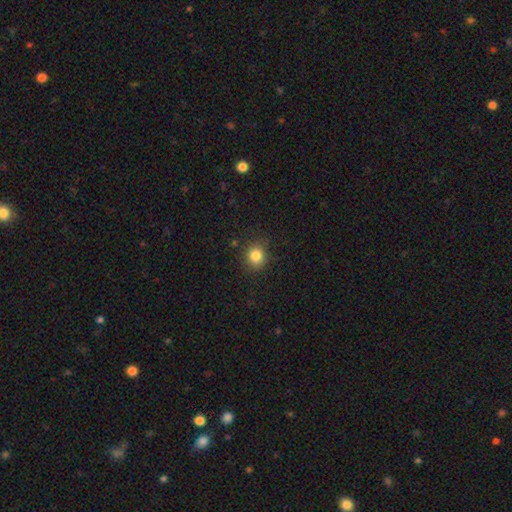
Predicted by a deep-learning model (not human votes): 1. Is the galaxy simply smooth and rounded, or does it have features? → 83% smooth, 12% star or artifact, 5% featured or disk.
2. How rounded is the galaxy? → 81% round, 18% in between, 1% cigar-shaped.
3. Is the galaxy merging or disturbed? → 85% none, 10% minor disturbance, 3% major disturbance, 1% merger.